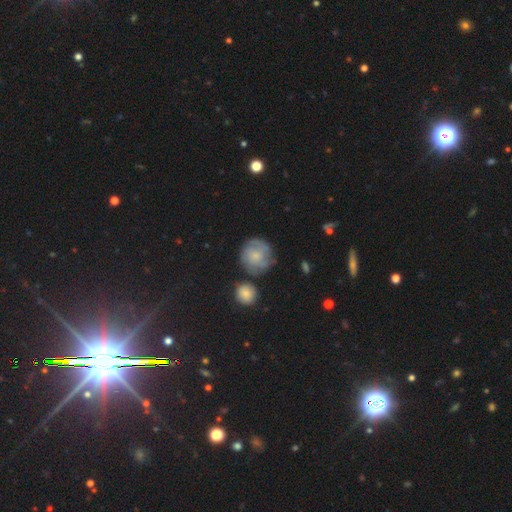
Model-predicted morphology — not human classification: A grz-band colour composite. It shows a featured or disk galaxy (50%). Merging: none (69%).